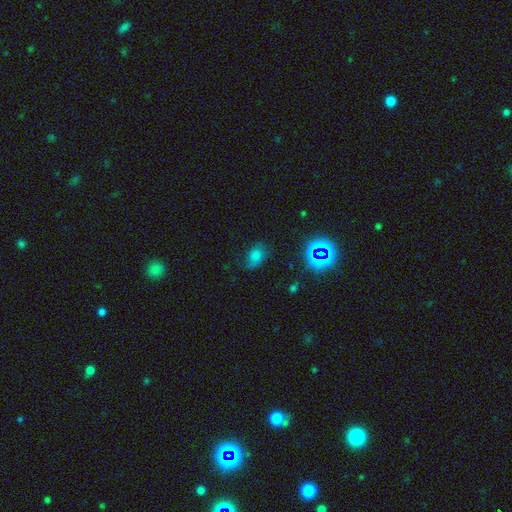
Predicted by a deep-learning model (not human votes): smooth 66%, star or artifact 21%, featured or disk 14%. Down the decision tree: how rounded — in between (79%); merging — none (59%).